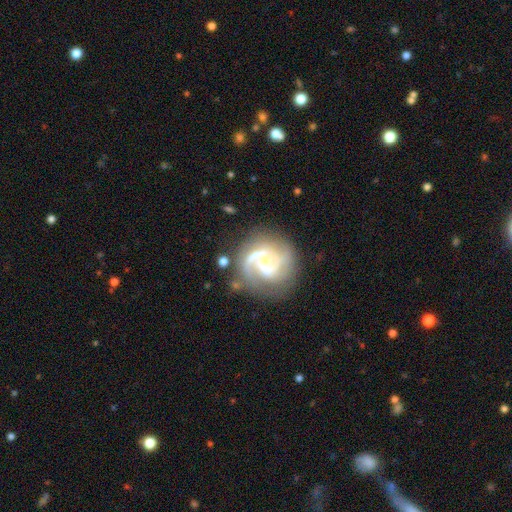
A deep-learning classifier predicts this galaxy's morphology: Q: Smooth or featured?
A: featured or disk (87%); runner-up: smooth (8%)
Q: Edge-on disk?
A: no (98%); runner-up: yes (2%)
Q: Bar?
A: no (51%); runner-up: weak (37%)
Q: Spiral arms?
A: yes (97%); runner-up: no (3%)
Q: Spiral winding?
A: tight (44%); tied with: medium (44%)
Q: Spiral arm count?
A: 2 (43%); runner-up: 3 (32%)
Q: Bulge size?
A: small (36%); runner-up: none (35%)
Q: Merging?
A: none (69%); runner-up: minor disturbance (16%)